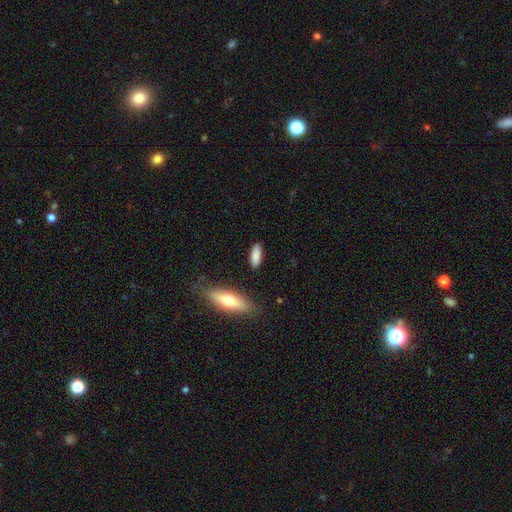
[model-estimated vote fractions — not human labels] Smooth or featured: smooth — 86% (featured or disk — 8%)
How rounded: in between — 58% (cigar-shaped — 39%)
Merging: none — 85% (minor disturbance — 10%)